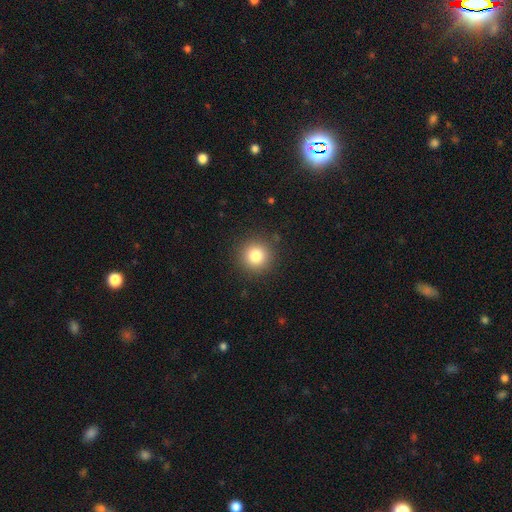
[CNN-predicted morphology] This is clearly a smooth galaxy (82%). How rounded: clearly round (94%). Merging: clearly none (90%).